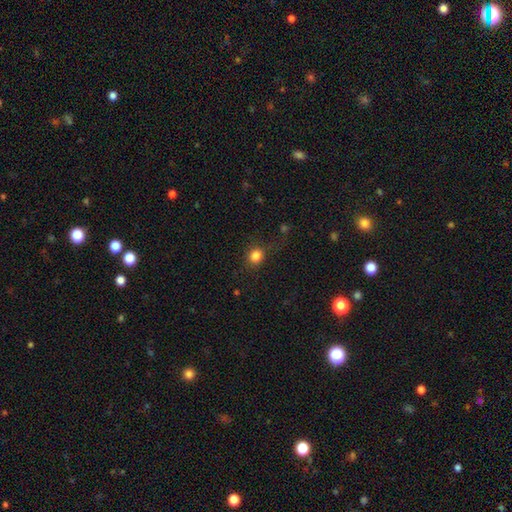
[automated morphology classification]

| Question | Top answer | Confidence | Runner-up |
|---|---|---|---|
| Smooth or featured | smooth | 82% | star or artifact (12%) |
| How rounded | round | 81% | in between (18%) |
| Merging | none | 75% | minor disturbance (15%) |